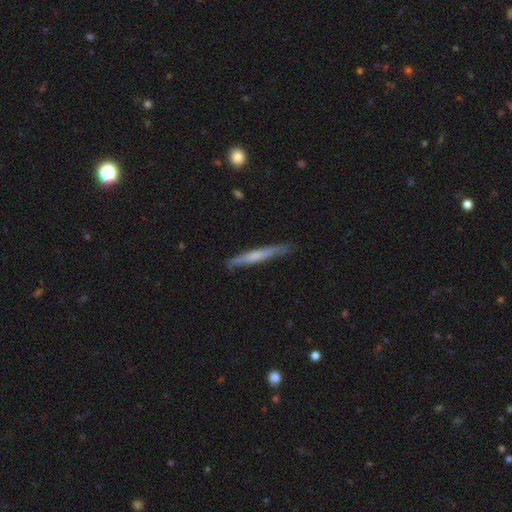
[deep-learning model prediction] Smooth or featured: smooth — 52% (featured or disk — 42%)
How rounded: cigar-shaped — 96% (in between — 3%)
Merging: none — 84% (minor disturbance — 13%)